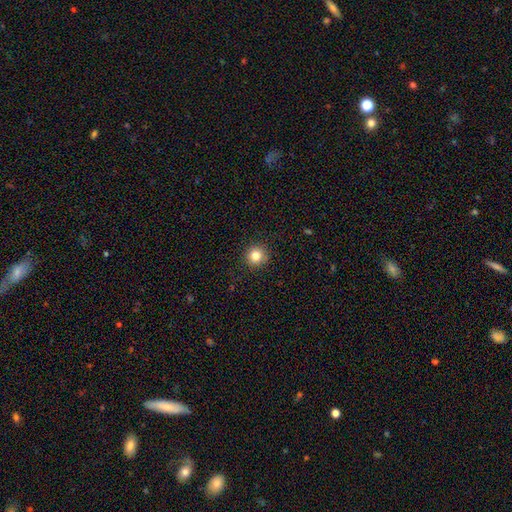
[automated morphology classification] A smooth galaxy with no disk features (83%) that is round (94%). Merging: none (91%).